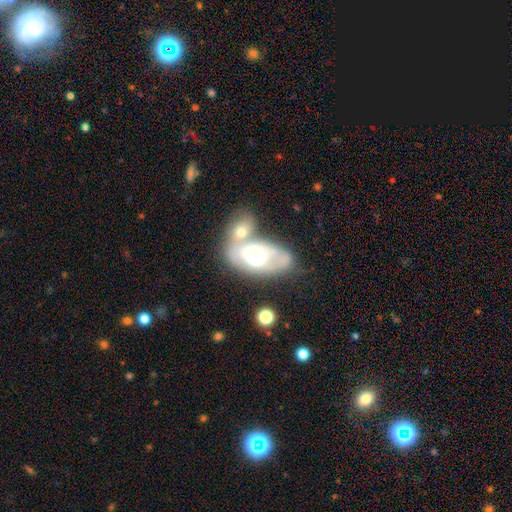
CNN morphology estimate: A featured or disk galaxy (60%) with no bar (77%), no spiral arms (56%) and a moderate central bulge (55%).

Vote fractions:
- Smooth or featured? featured or disk: 60% / smooth: 33% / star or artifact: 7%
- Edge-on disk? no: 90% / yes: 10%
- Bar? no: 77% / weak: 17% / strong: 6%
- Spiral arms? no: 56% / yes: 44%
- Bulge size? moderate: 55% / large: 33% / small: 7% / dominant: 3% / none: 2%
- Merging? merger: 50% / none: 27% / minor disturbance: 14% / major disturbance: 9%